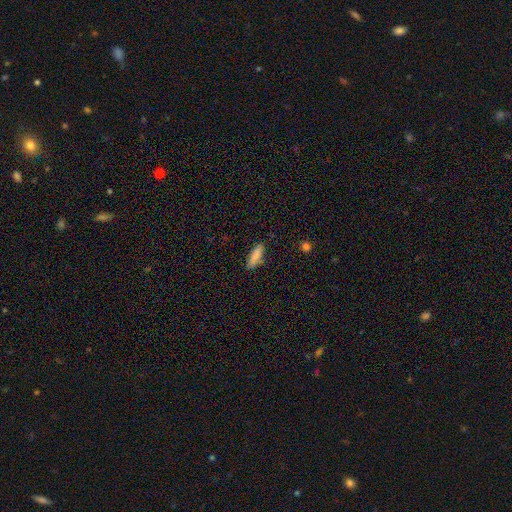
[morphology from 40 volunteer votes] Smooth or featured: smooth — 88% (star or artifact — 12%)
How rounded: cigar-shaped — 69% (in between — 31%)
Merging: none — 71% (minor disturbance — 14%)